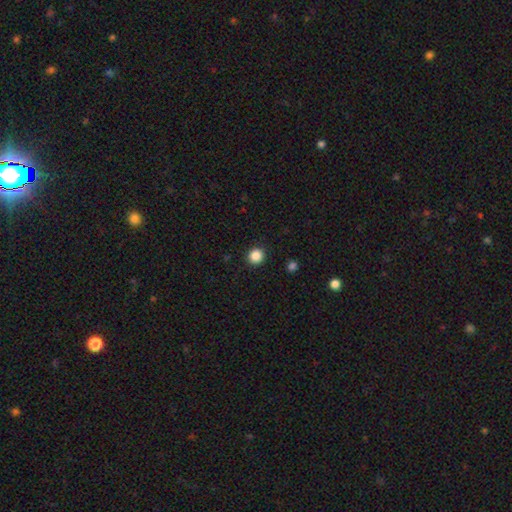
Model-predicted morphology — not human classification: Smooth or featured?
  - smooth: 87% *
  - star or artifact: 10%
  - featured or disk: 3%
How rounded?
  - round: 90% *
  - in between: 9%
  - cigar-shaped: 1%
Merging?
  - none: 92% *
  - minor disturbance: 5%
  - major disturbance: 2%
  - merger: 1%